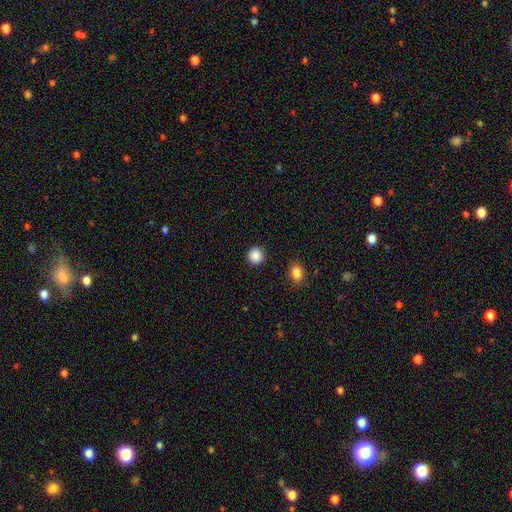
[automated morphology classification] This is clearly a smooth galaxy (88%). How rounded: clearly round (92%). Merging: clearly none (90%).